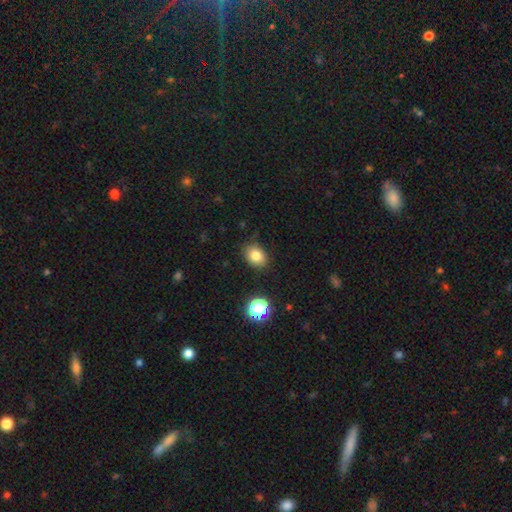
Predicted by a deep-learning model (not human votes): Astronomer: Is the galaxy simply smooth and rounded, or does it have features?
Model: smooth — 81%.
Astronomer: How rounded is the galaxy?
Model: in between — 64%.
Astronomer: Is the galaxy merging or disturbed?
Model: none — 83%.